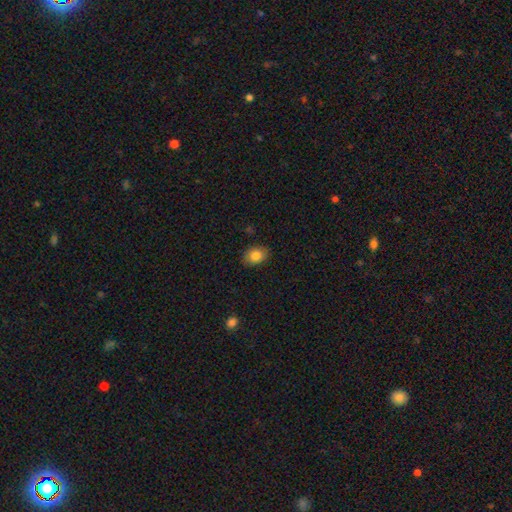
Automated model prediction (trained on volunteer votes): smooth-or-featured: smooth: 83% | featured or disk: 8% | star or artifact: 8%
  how-rounded: in between: 74% | round: 25% | cigar-shaped: 1%
  merging: none: 86% | minor disturbance: 10% | major disturbance: 2% | merger: 1%